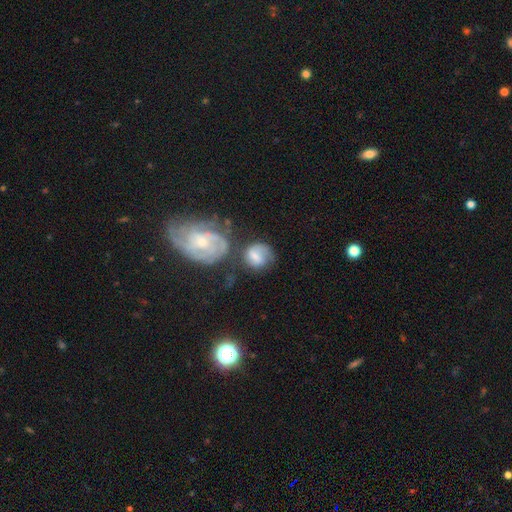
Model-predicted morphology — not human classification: type=smooth (47%); merging=none (41%).